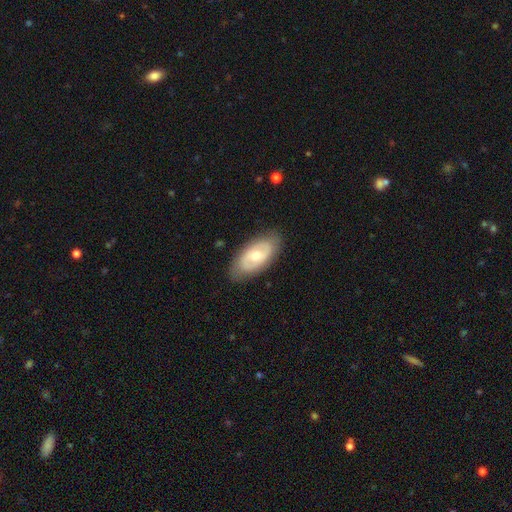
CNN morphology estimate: Overall: featured or disk (58%; smooth 36%). Edge-on disk: no (90%). Bar: no (64%; weak 28%). Spiral arms: yes (53%; no 47%). Bulge size: moderate (65%; small 29%). Merging: none (84%).